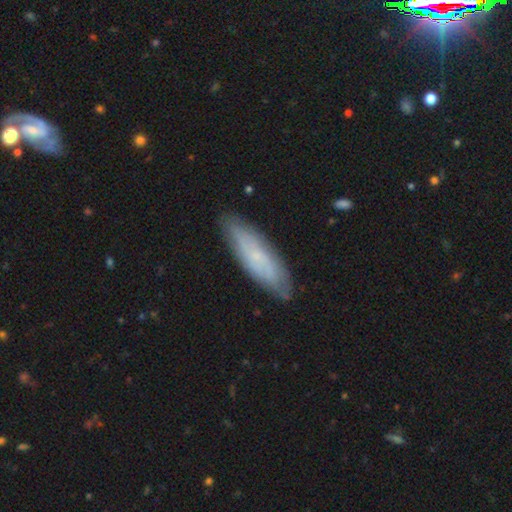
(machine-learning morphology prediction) A smooth galaxy with no disk features (50%). Merging: none (82%).